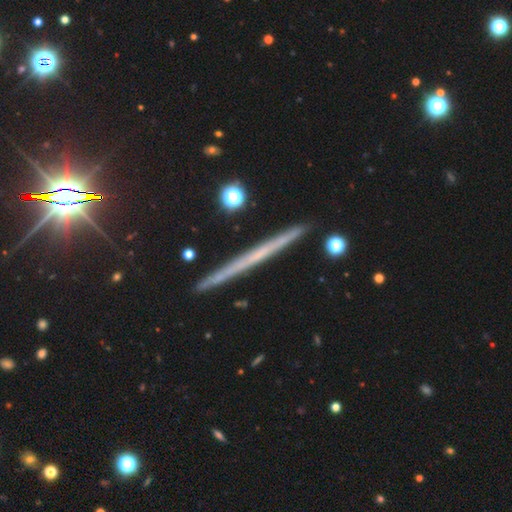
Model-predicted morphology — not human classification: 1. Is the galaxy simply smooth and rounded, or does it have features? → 62% featured or disk, 26% smooth, 13% star or artifact.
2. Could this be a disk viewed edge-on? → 97% yes, 3% no.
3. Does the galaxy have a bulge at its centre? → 86% none, 10% rounded, 4% boxy.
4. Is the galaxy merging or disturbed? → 90% none, 7% minor disturbance, 1% merger, 1% major disturbance.